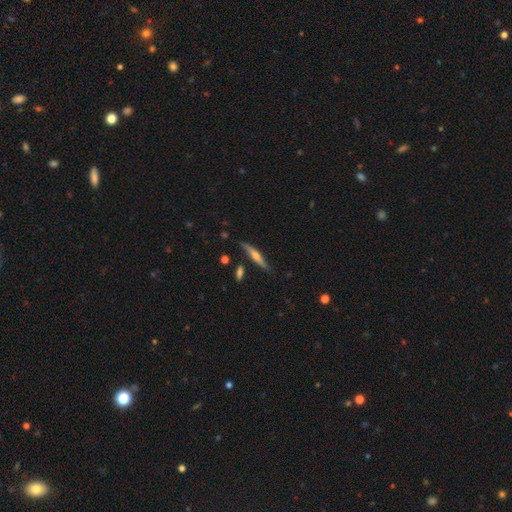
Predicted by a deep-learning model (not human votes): The model was most divided on "smooth or featured": featured or disk: 57%, smooth: 36%, star or artifact: 6%. More confident: edge-on disk — yes (94%); merging — none (82%); edge-on bulge — rounded (78%).